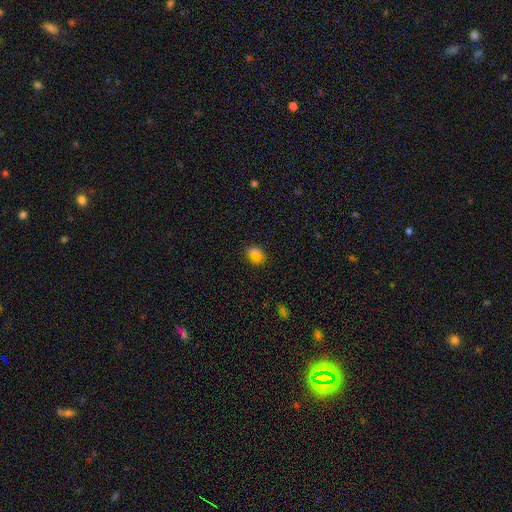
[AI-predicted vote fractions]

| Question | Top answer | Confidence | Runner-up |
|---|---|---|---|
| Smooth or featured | smooth | 71% | star or artifact (20%) |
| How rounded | round | 57% | in between (41%) |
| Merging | none | 77% | minor disturbance (12%) |